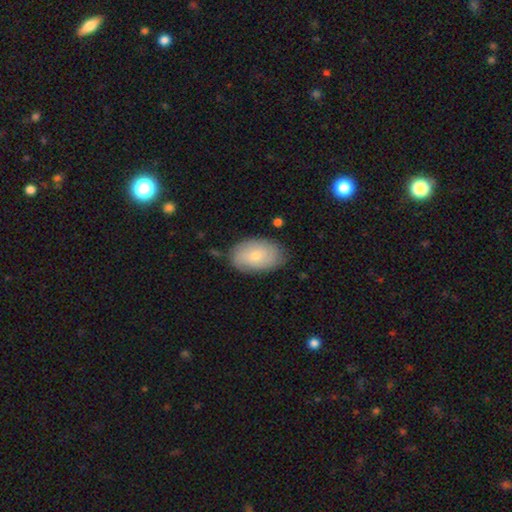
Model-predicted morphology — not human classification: Smooth or featured? smooth (70%)
How rounded? in between (92%)
Merging? none (78%)